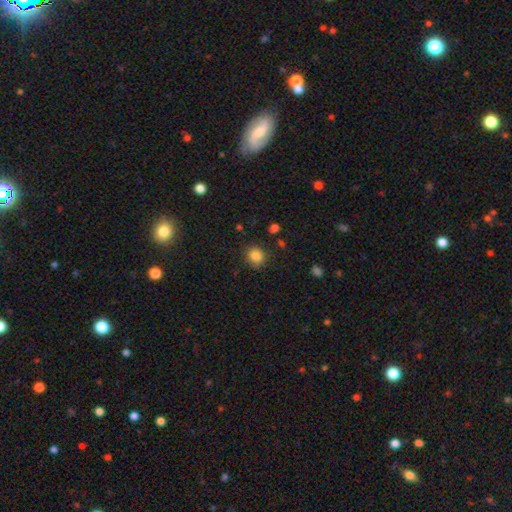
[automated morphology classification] A smooth galaxy with no disk features (85%) that is round (82%). Merging: none (82%).